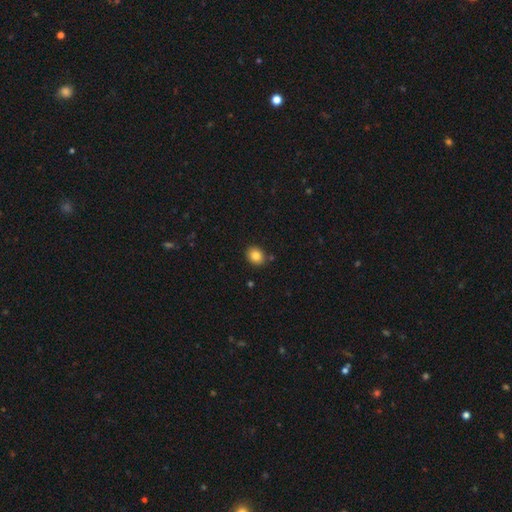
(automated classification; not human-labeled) This is clearly a smooth galaxy (83%). How rounded: likely round (61%). Merging: clearly none (86%).